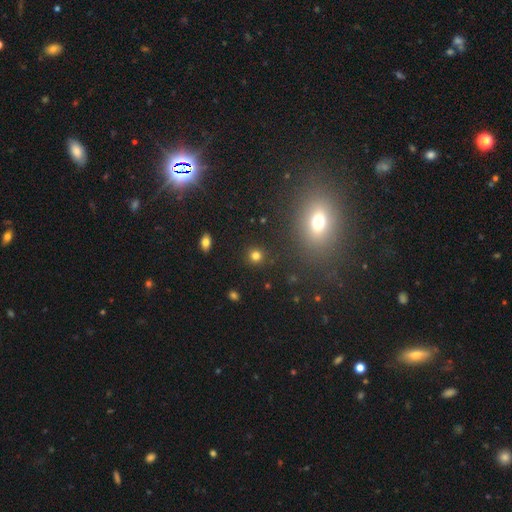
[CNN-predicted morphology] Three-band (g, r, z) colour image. It shows a smooth galaxy with no disk features (78%) that is round (90%). Merging: none (90%).